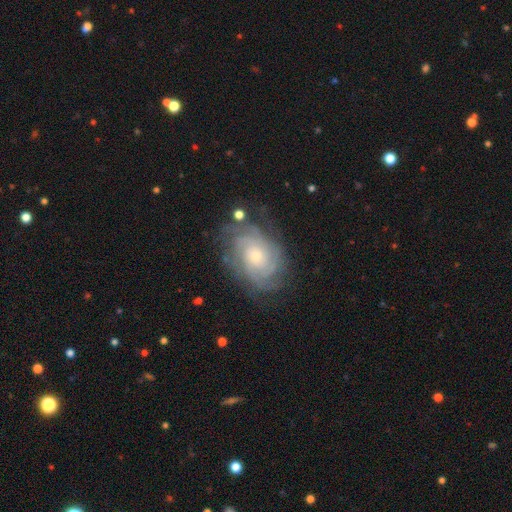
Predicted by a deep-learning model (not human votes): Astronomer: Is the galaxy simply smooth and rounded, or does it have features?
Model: featured or disk — 85%.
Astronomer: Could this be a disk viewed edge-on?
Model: no — 97%.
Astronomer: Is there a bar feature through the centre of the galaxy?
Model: no — 76%.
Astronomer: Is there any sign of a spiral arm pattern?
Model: yes — 97%.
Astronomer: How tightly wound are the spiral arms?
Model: tight — 73%.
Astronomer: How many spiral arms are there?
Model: can't tell — 30% (runner-up: 4, 24%).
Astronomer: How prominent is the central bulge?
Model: small — 62%.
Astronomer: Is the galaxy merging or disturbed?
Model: none — 74%.